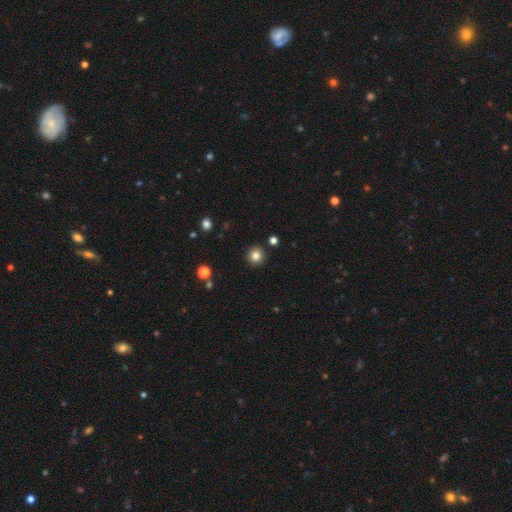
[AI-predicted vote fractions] Smooth or featured? Predicted: smooth (p=0.82). How rounded? Predicted: round (p=0.93). Merging? Predicted: none (p=0.91).